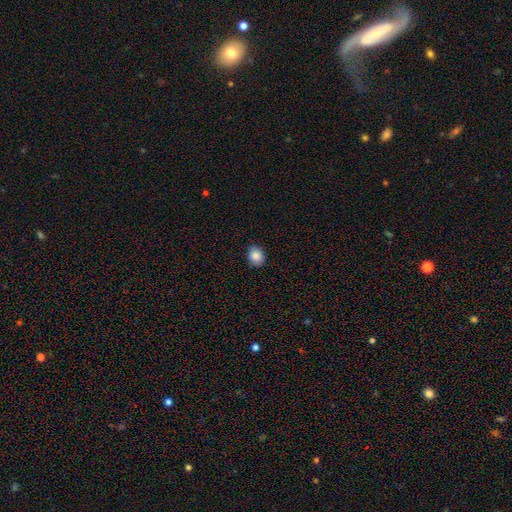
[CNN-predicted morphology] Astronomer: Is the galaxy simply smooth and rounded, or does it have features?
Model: smooth — 87%.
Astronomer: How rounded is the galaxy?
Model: round — 55% (runner-up: in between, 44%).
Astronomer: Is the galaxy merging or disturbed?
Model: none — 87%.